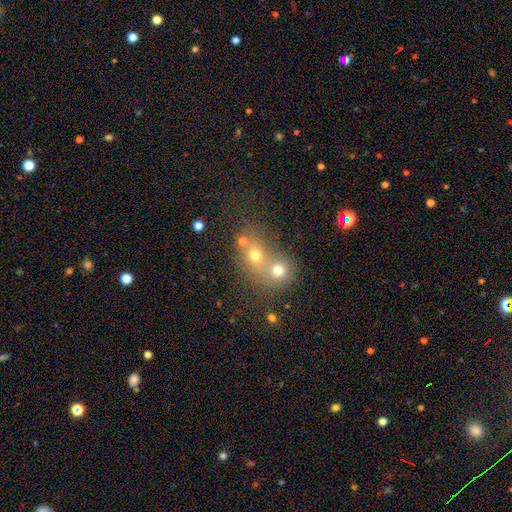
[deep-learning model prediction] smooth 63%, star or artifact 19%, featured or disk 19%. Down the decision tree: how rounded — round (71%); merging — merger (60%).